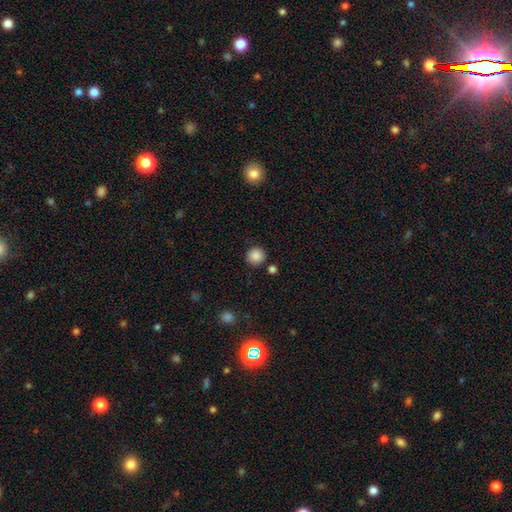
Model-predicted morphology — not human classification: type=smooth (87%); roundness=round (94%); merging=none (86%).